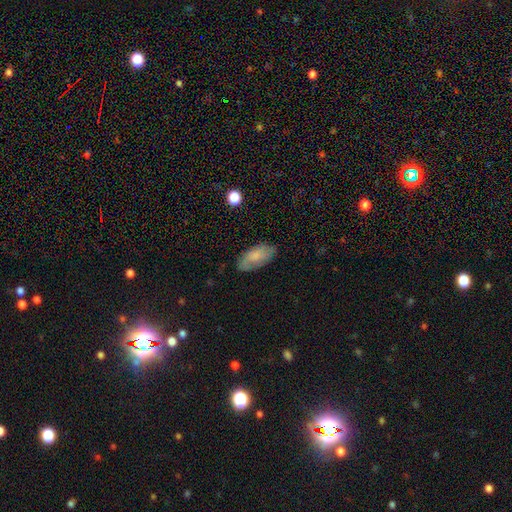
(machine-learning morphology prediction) Smooth or featured: smooth — 70% (featured or disk — 22%)
How rounded: in between — 91% (cigar-shaped — 6%)
Merging: none — 77% (minor disturbance — 18%)